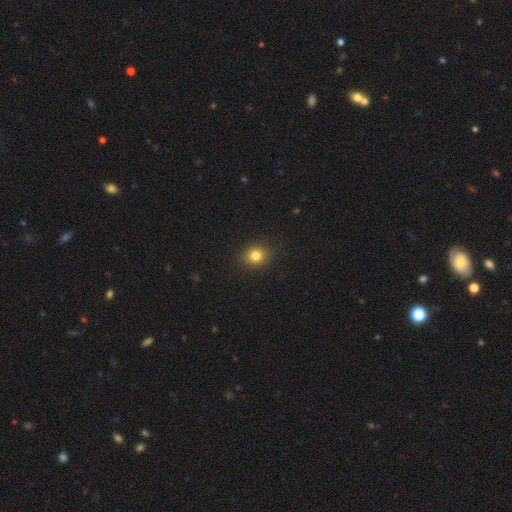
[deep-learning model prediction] This is clearly a smooth galaxy (82%). How rounded: likely round (79%). Merging: clearly none (90%).